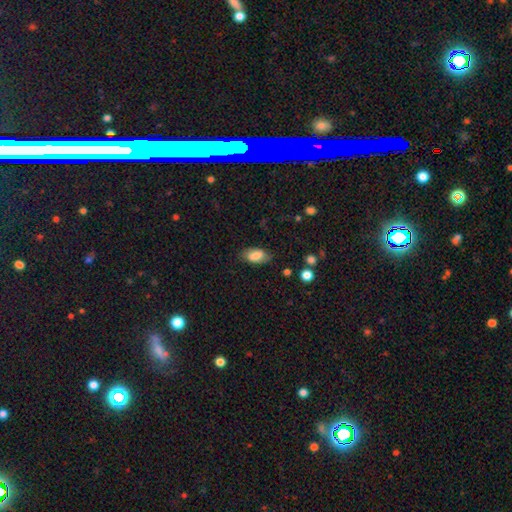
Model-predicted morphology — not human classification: A smooth galaxy with no disk features (77%) that is in between round and cigar-shaped (92%). Merging: none (75%).